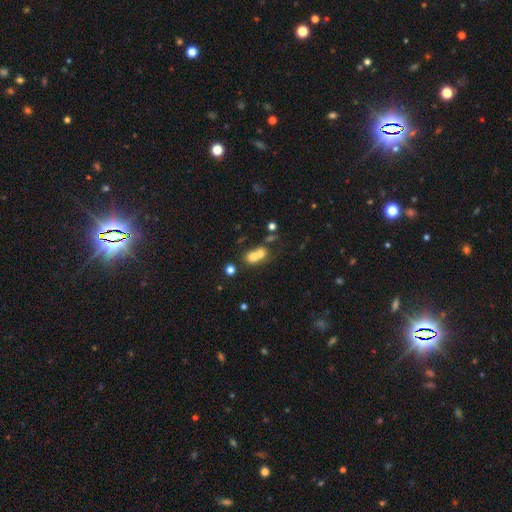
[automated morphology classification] Smooth or featured? smooth (66%)
How rounded? round (64%)
Merging? merger (65%)